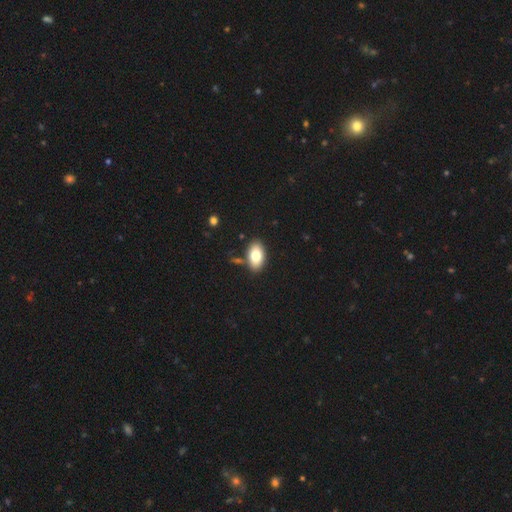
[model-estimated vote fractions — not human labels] smooth_or_featured: smooth (p=0.77) [alt: featured or disk p=0.15]
how_rounded: in between (p=0.93) [alt: round p=0.05]
merging: none (p=0.82) [alt: minor disturbance p=0.10]